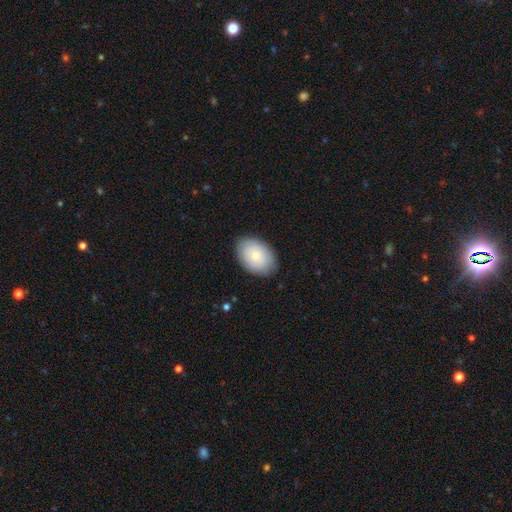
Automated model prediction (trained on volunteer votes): The model was most divided on "smooth or featured": smooth: 76%, featured or disk: 18%, star or artifact: 6%. More confident: merging — none (85%); how rounded — in between (84%).